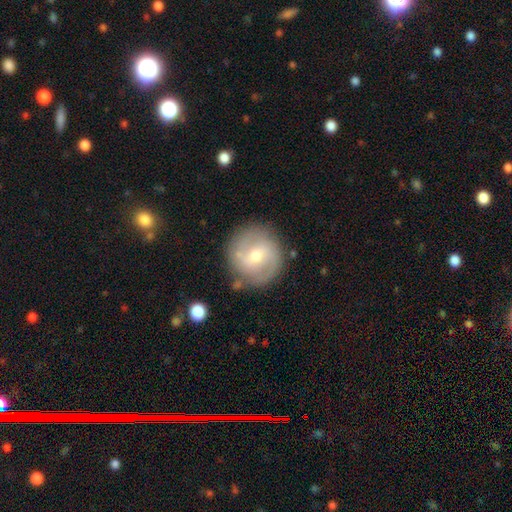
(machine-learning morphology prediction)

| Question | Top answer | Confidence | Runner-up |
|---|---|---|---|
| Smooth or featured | featured or disk | 66% | smooth (27%) |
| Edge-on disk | no | 97% | yes (3%) |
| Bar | weak | 49% | no (34%) |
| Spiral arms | yes | 84% | no (16%) |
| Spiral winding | medium | 45% | tight (32%) |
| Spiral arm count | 2 | 81% | can't tell (10%) |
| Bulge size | moderate | 58% | small (38%) |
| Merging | none | 83% | minor disturbance (11%) |